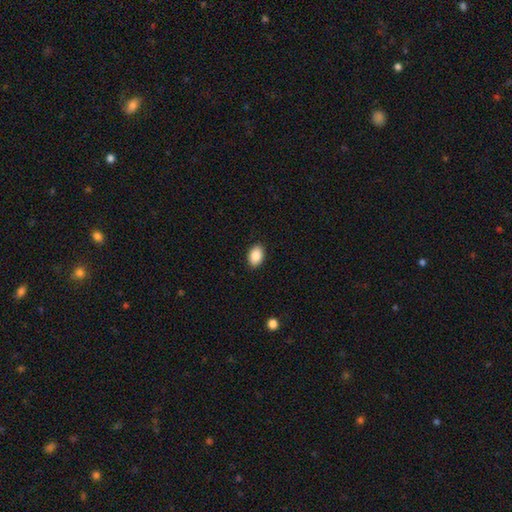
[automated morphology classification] type=smooth (89%); roundness=in between (86%); merging=none (90%).